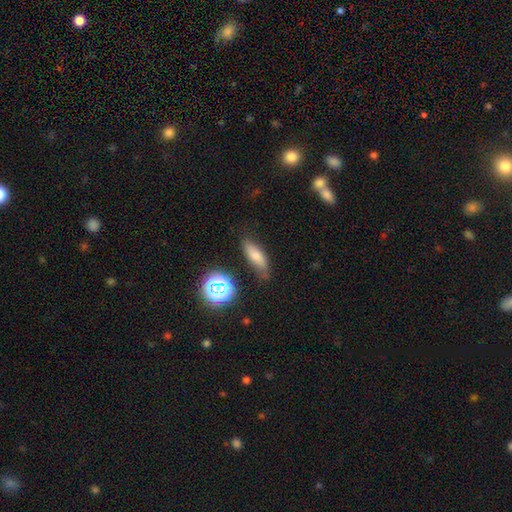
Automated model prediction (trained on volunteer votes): smooth-or-featured: smooth: 71% | featured or disk: 16% | star or artifact: 13%
  how-rounded: in between: 58% | cigar-shaped: 36% | round: 5%
  merging: none: 68% | minor disturbance: 23% | major disturbance: 6% | merger: 3%